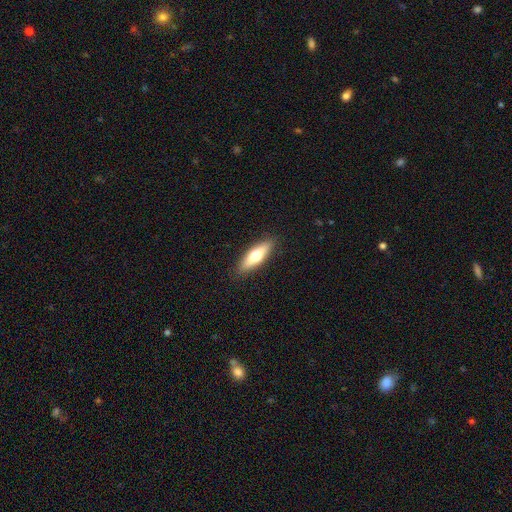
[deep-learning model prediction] This appears to be a smooth galaxy with no disk features (63%) that is cigar-shaped (54%). Merging: none (89%).